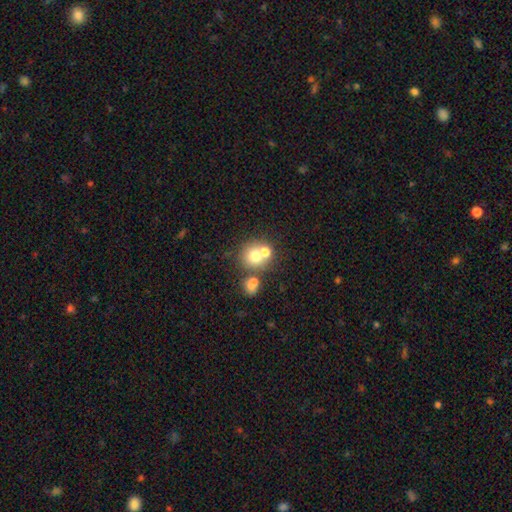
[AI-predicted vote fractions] smooth-or-featured: smooth: 68% | featured or disk: 19% | star or artifact: 12%
  how-rounded: round: 83% | in between: 16% | cigar-shaped: 1%
  merging: merger: 47% | none: 42% | minor disturbance: 7% | major disturbance: 3%